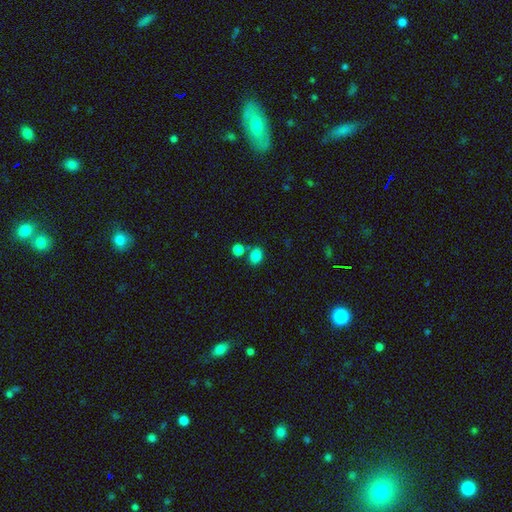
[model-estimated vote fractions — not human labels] A smooth galaxy with no disk features (84%) that is in between round and cigar-shaped (54%). Merging: none (69%).